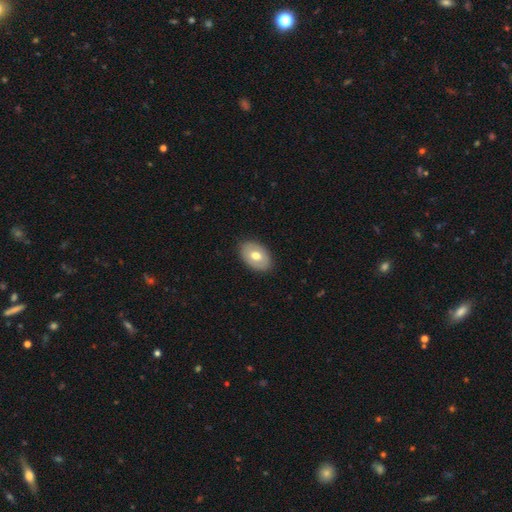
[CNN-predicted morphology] Q: Smooth or featured?
A: smooth (64%); runner-up: featured or disk (30%)
Q: How rounded?
A: in between (86%); runner-up: round (13%)
Q: Merging?
A: none (87%); runner-up: minor disturbance (10%)